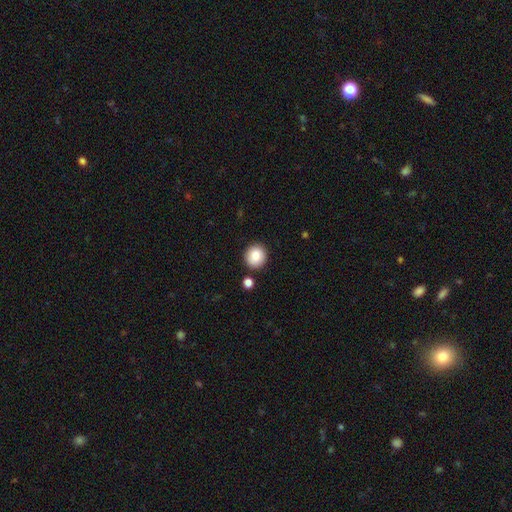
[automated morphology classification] smooth-or-featured: smooth: 83% | star or artifact: 9% | featured or disk: 8%
  how-rounded: round: 89% | in between: 10% | cigar-shaped: 1%
  merging: none: 87% | minor disturbance: 7% | merger: 4% | major disturbance: 2%